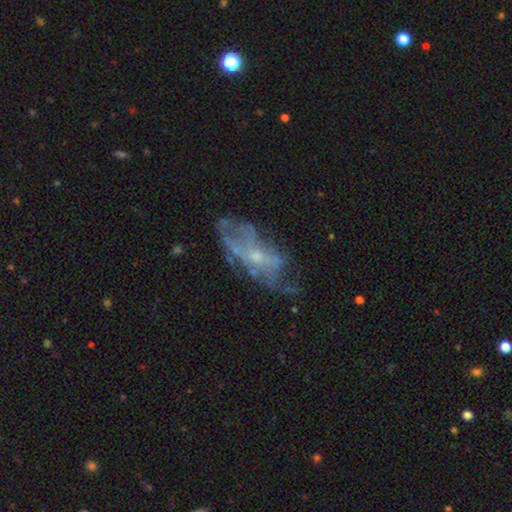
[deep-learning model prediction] This is likely a featured or disk galaxy (65%). It is clearly not viewed edge-on (91%). Bar: likely no (76%). Spiral arm pattern: likely no (65%). Central bulge: possibly small (59%). Merging: marginally none (43%).